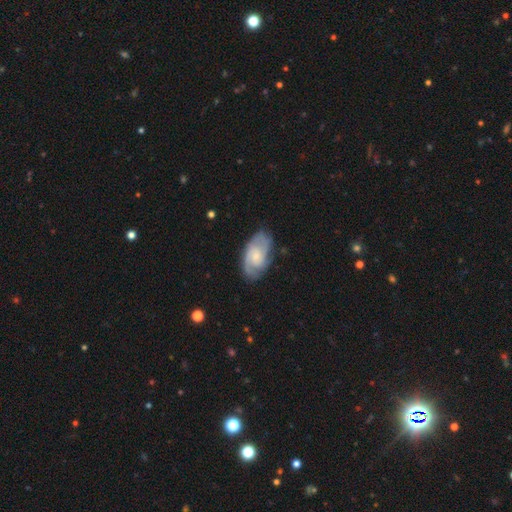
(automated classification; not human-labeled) Overall: featured or disk (75%). Edge-on disk: no (96%). Bar: no (63%; weak 33%). Spiral arms: yes (95%). Spiral arm count: 2 (48%; can't tell 21%). Spiral winding: tight (46%; medium 43%). Bulge size: small (55%; moderate 30%). Merging: none (74%).